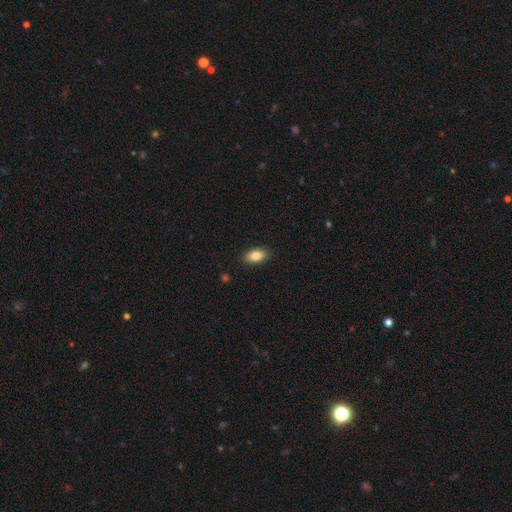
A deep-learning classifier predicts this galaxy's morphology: A smooth galaxy with no disk features (87%) that is in between round and cigar-shaped (92%). Merging: none (88%).